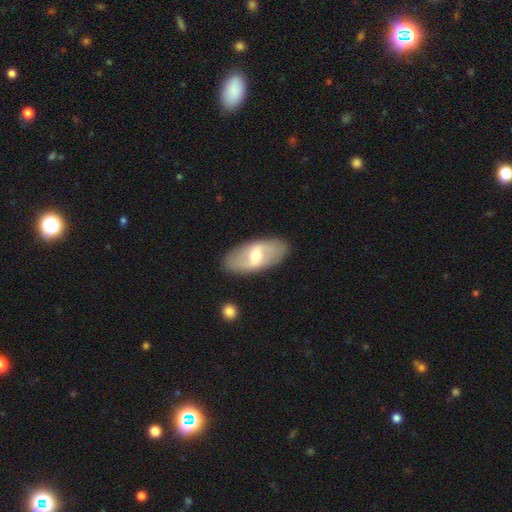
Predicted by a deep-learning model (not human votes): Overall: featured or disk (60%; smooth 35%). Edge-on disk: no (90%). Bar: weak (53%; strong 28%). Spiral arms: yes (56%; no 44%). Bulge size: moderate (69%). Merging: none (87%).